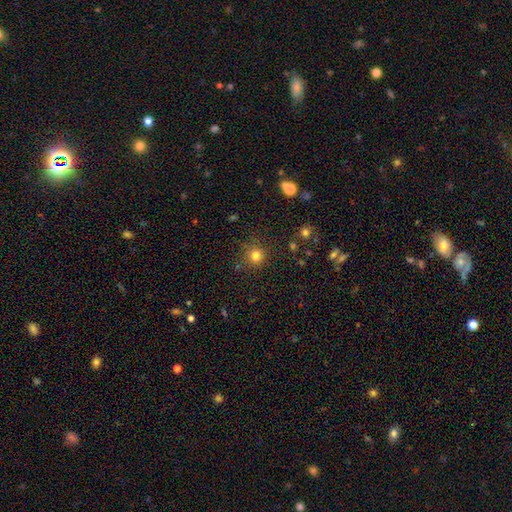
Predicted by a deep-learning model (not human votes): This is likely a smooth galaxy (79%). How rounded: clearly round (93%). Merging: clearly none (85%).